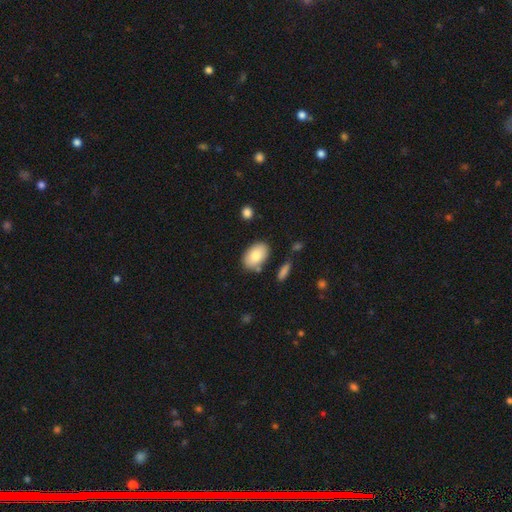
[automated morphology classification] Smooth or featured: smooth — 83% (featured or disk — 11%)
How rounded: in between — 91% (round — 8%)
Merging: none — 78% (minor disturbance — 13%)